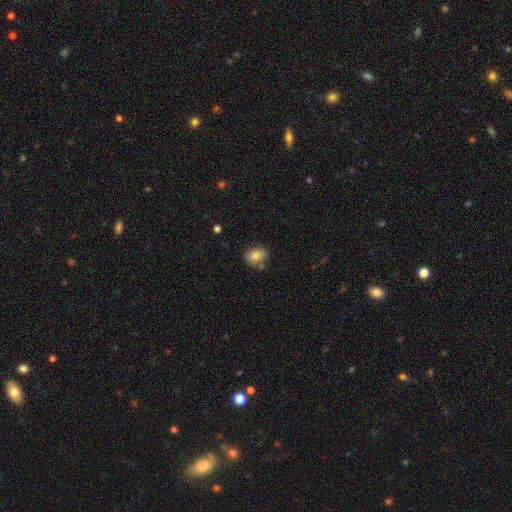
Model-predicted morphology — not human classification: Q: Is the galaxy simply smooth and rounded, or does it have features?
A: smooth — 79%.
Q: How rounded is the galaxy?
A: round — 52%.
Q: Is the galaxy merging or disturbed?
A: none — 73%.